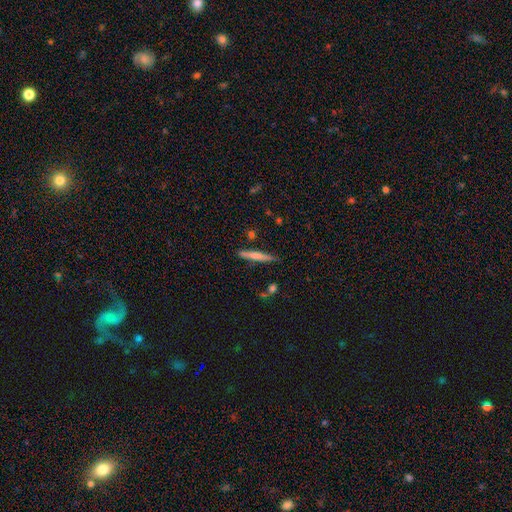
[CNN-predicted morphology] This appears to be a smooth galaxy with no disk features (61%) that is cigar-shaped (94%). Merging: none (82%).